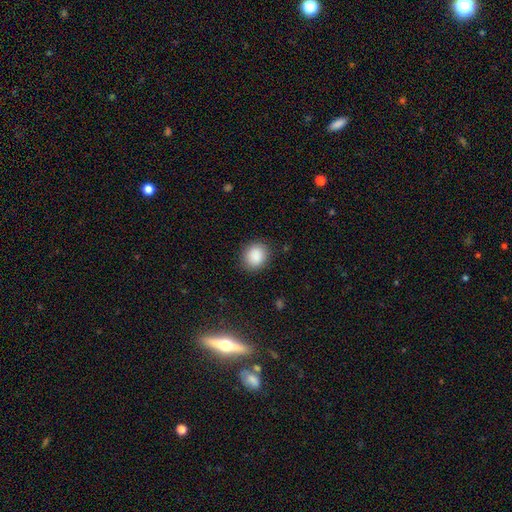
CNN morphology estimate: Overall: smooth (88%). How rounded: round (68%; in between 31%). Merging: none (85%).